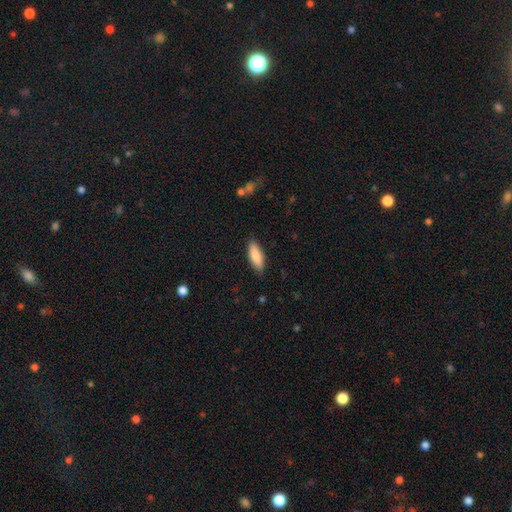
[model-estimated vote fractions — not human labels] smooth-or-featured: smooth: 86% | featured or disk: 9% | star or artifact: 6%
  how-rounded: in between: 59% | cigar-shaped: 40% | round: 2%
  merging: none: 88% | minor disturbance: 9% | major disturbance: 2% | merger: 1%